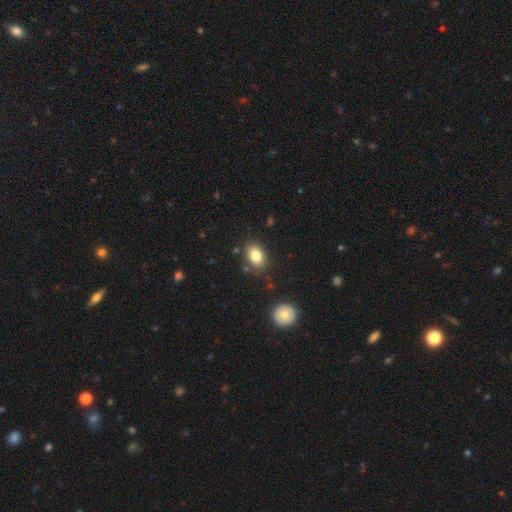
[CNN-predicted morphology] This appears to be a smooth galaxy with no disk features (82%) that is in between round and cigar-shaped (81%). Merging: none (83%).